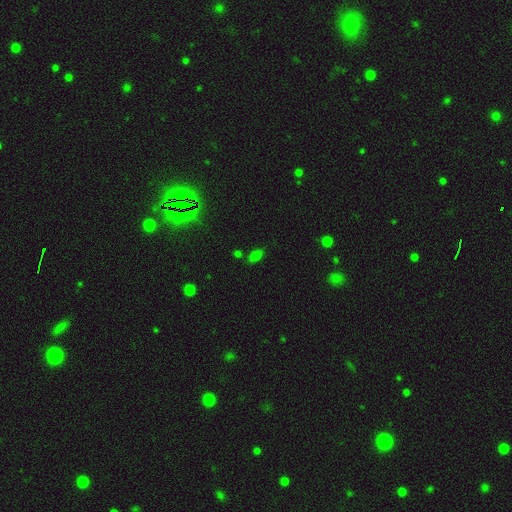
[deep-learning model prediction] Smooth or featured? smooth (62%)
How rounded? in between (83%)
Merging? none (76%)